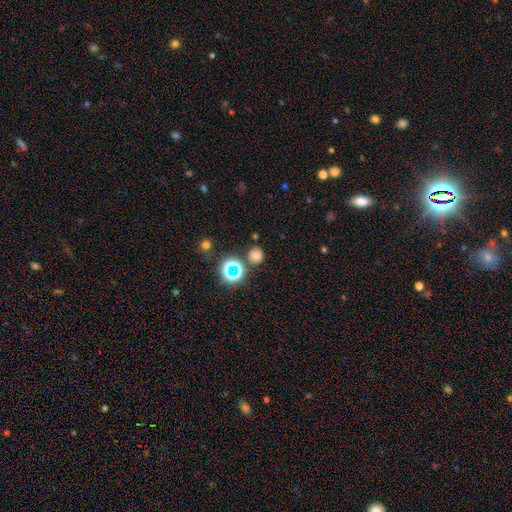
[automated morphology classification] A smooth galaxy with no disk features (72%) that is round (87%).

Vote fractions:
- Smooth or featured? smooth: 72% / star or artifact: 22% / featured or disk: 6%
- How rounded? round: 87% / in between: 12% / cigar-shaped: 1%
- Merging? none: 84% / minor disturbance: 8% / merger: 6% / major disturbance: 3%